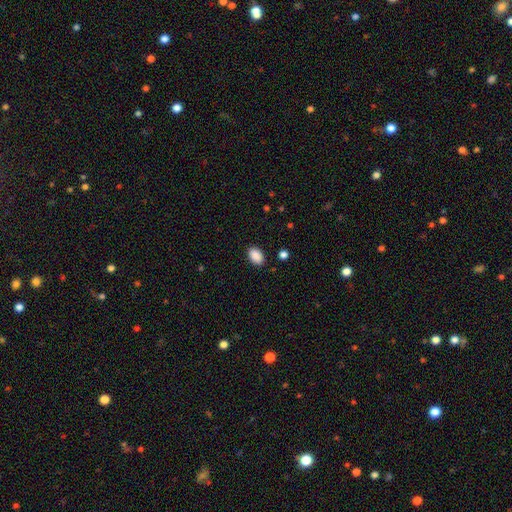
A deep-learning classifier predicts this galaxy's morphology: Smooth or featured?
  - smooth: 89% *
  - star or artifact: 8%
  - featured or disk: 3%
How rounded?
  - in between: 86% *
  - round: 13%
  - cigar-shaped: 1%
Merging?
  - none: 87% *
  - minor disturbance: 9%
  - major disturbance: 2%
  - merger: 1%